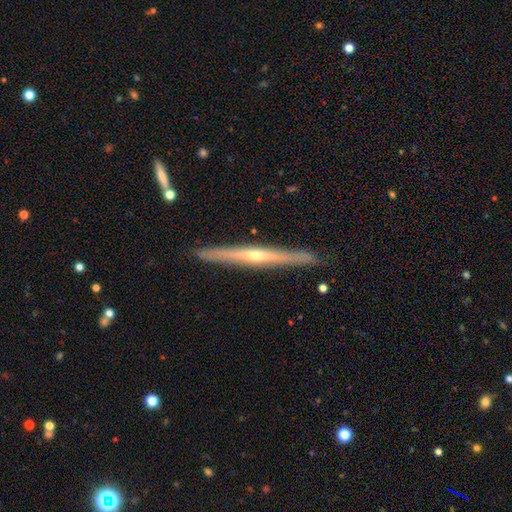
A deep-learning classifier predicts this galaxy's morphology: Smooth or featured? Predicted: featured or disk (p=0.76). Edge-on disk? Predicted: yes (p=0.97). Edge-on bulge? Predicted: rounded (p=0.69). Merging? Predicted: none (p=0.90).